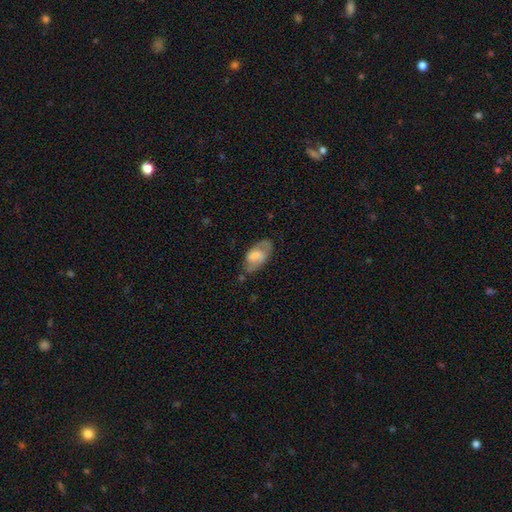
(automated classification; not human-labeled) smooth 52%, featured or disk 41%, star or artifact 7%. Down the decision tree: how rounded — in between (92%); merging — none (59%).